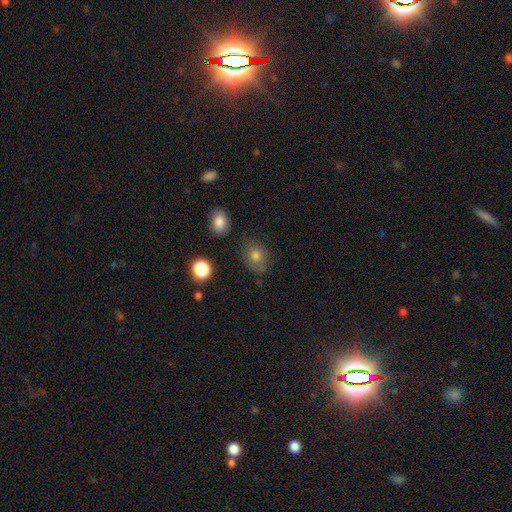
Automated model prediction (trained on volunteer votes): Smooth or featured: smooth — 75% (star or artifact — 14%)
How rounded: round — 57% (in between — 41%)
Merging: none — 75% (minor disturbance — 17%)